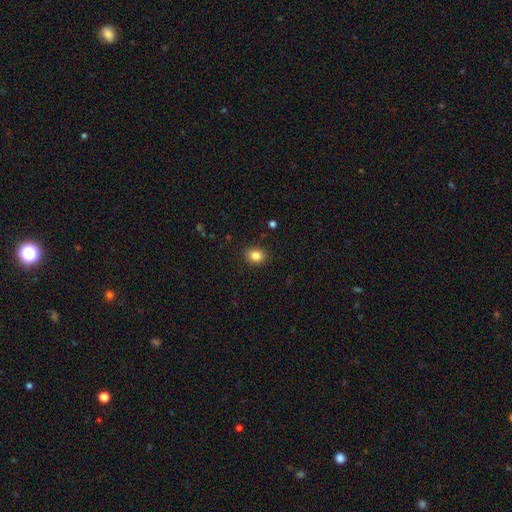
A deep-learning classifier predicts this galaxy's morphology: Smooth or featured? smooth (85%)
How rounded? in between (54%)
Merging? none (89%)